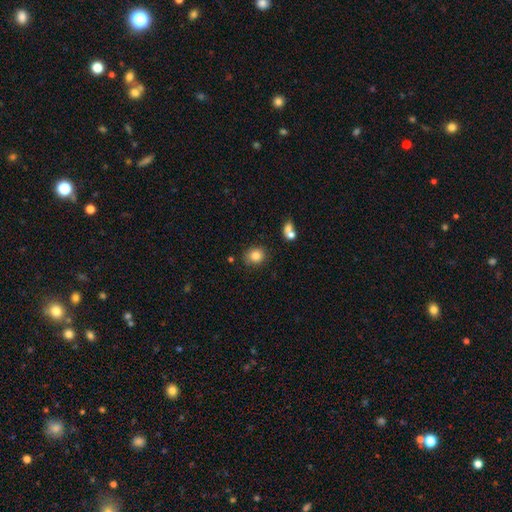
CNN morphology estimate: Smooth or featured: smooth — 83% (star or artifact — 10%)
How rounded: round — 73% (in between — 26%)
Merging: none — 82% (minor disturbance — 11%)